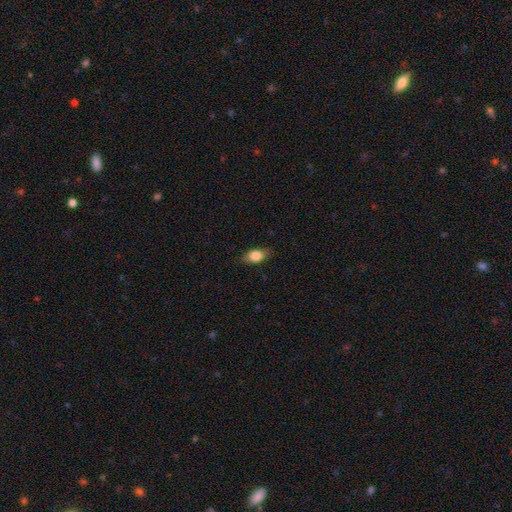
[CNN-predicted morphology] smooth 82%, featured or disk 11%, star or artifact 7%. Down the decision tree: how rounded — in between (83%); merging — none (81%).